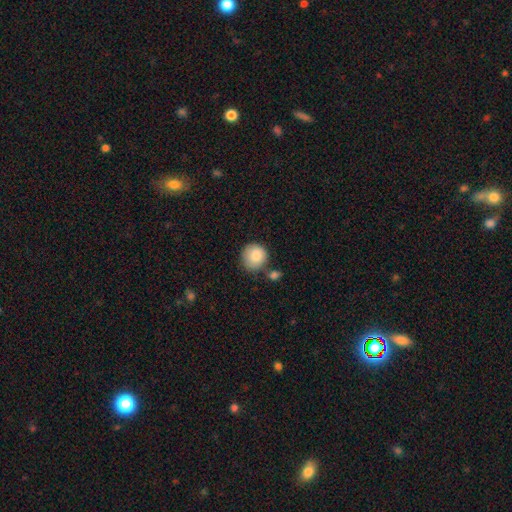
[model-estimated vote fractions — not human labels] smooth-or-featured: smooth: 87% | star or artifact: 7% | featured or disk: 6%
  how-rounded: round: 90% | in between: 9% | cigar-shaped: 1%
  merging: none: 65% | minor disturbance: 17% | merger: 13% | major disturbance: 5%